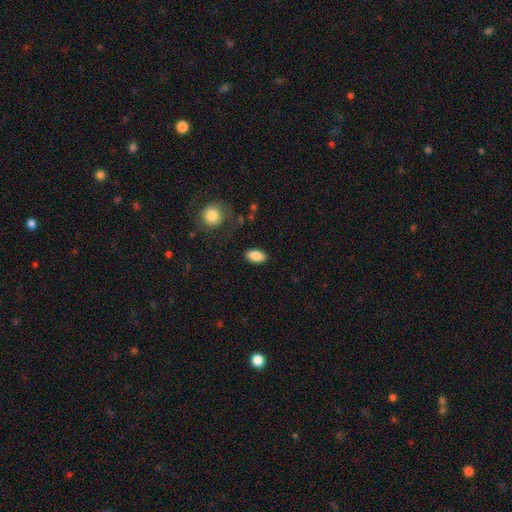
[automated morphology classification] Smooth or featured: smooth — 85% (featured or disk — 8%)
How rounded: in between — 91% (cigar-shaped — 5%)
Merging: none — 86% (minor disturbance — 9%)